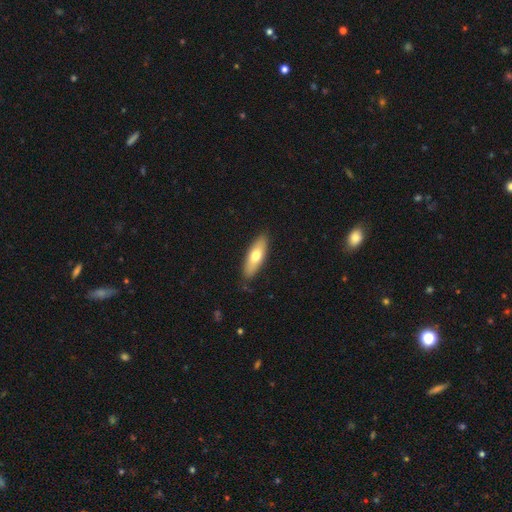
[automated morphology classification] type=smooth (65%); roundness=in between (57%); merging=none (85%).